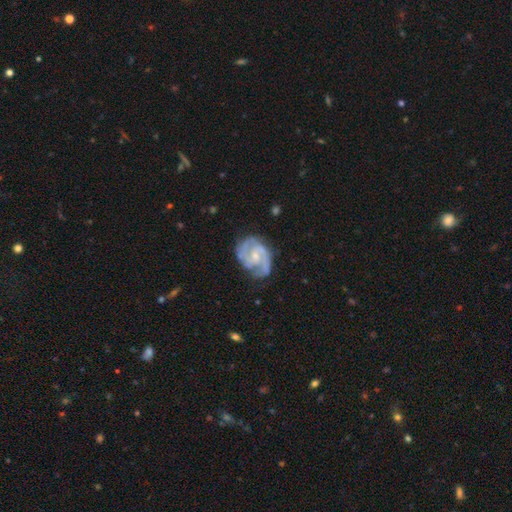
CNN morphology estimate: Smooth or featured: featured or disk — 88% (smooth — 8%)
Edge-on disk: no — 98% (yes — 2%)
Bar: no — 52% (weak — 40%)
Spiral arms: yes — 96% (no — 4%)
Spiral winding: medium — 49% (tight — 40%)
Spiral arm count: 2 — 68% (3 — 16%)
Bulge size: small — 62% (moderate — 32%)
Merging: none — 68% (minor disturbance — 22%)